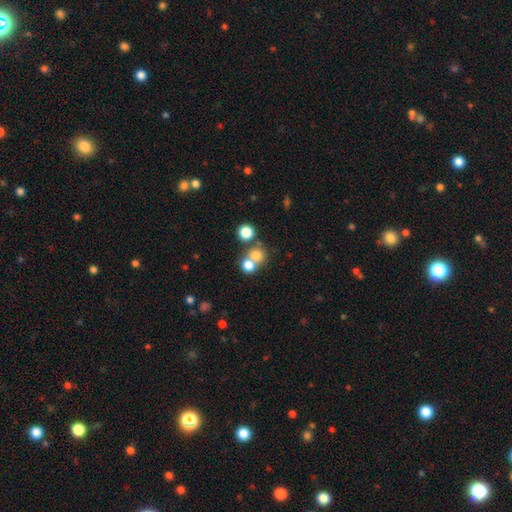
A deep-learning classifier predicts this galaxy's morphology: Smooth or featured: smooth — 73% (star or artifact — 15%)
How rounded: round — 82% (in between — 17%)
Merging: none — 47% (merger — 43%)